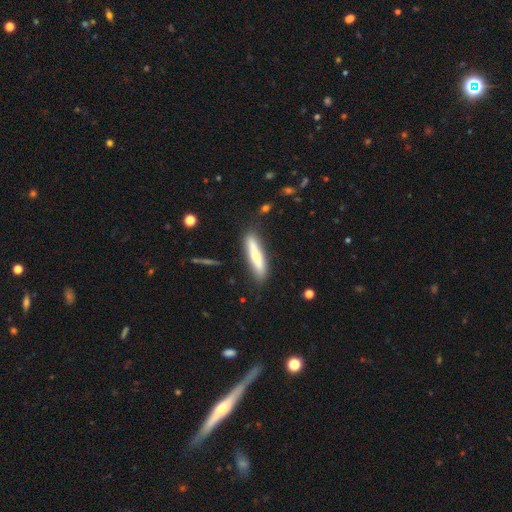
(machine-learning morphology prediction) Overall: smooth (54%; featured or disk 40%). How rounded: cigar-shaped (83%). Merging: none (83%).